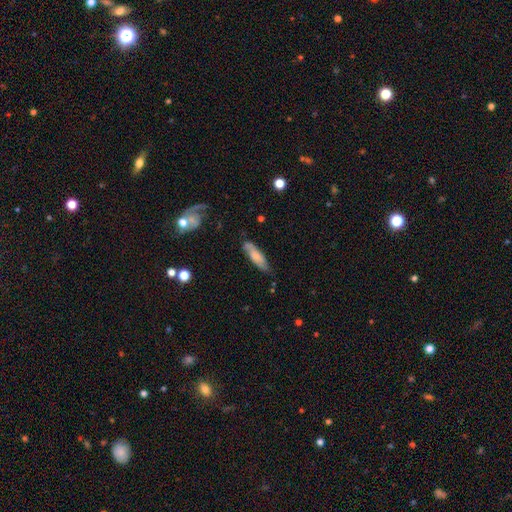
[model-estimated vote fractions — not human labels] Morphology: type=smooth (57%); roundness=cigar-shaped (54%); merging=none (72%).